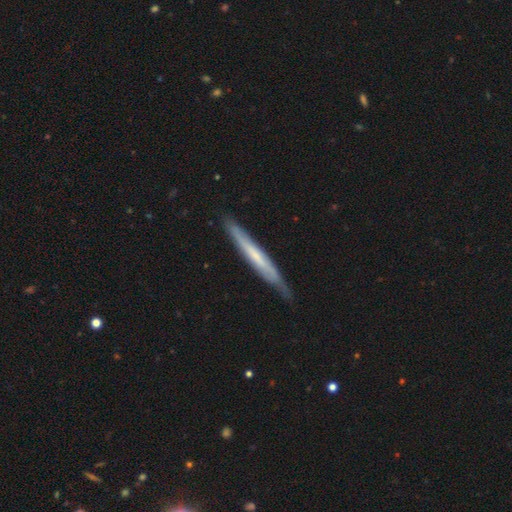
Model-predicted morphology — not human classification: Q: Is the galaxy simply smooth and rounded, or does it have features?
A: featured or disk — 52%.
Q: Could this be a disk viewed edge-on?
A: yes — 90%.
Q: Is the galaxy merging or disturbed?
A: none — 80%.